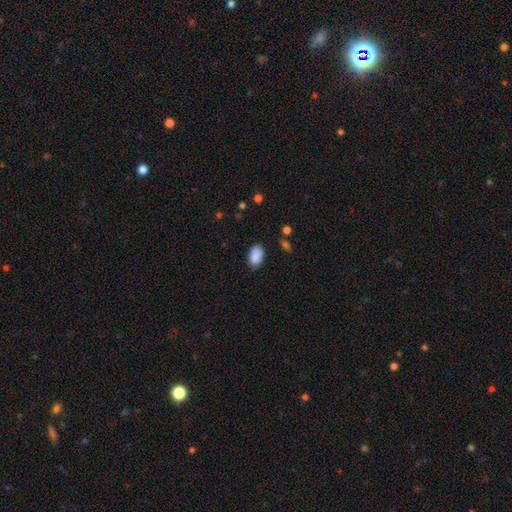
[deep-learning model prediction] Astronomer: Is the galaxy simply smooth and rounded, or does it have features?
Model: smooth — 89%.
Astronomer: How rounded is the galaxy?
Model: in between — 93%.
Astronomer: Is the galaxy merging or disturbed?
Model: none — 82%.